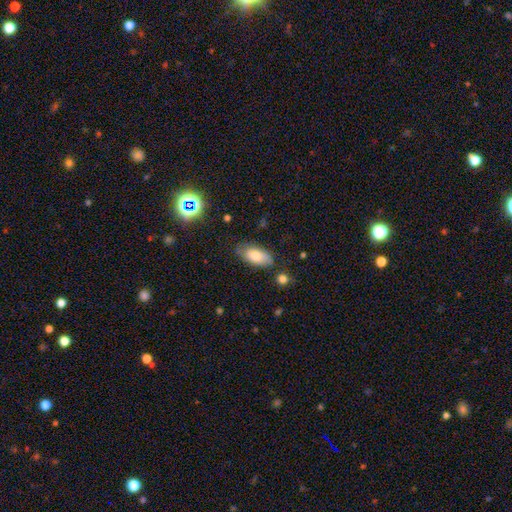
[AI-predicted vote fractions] Smooth or featured: smooth — 74% (featured or disk — 18%)
How rounded: in between — 90% (cigar-shaped — 6%)
Merging: none — 72% (minor disturbance — 20%)